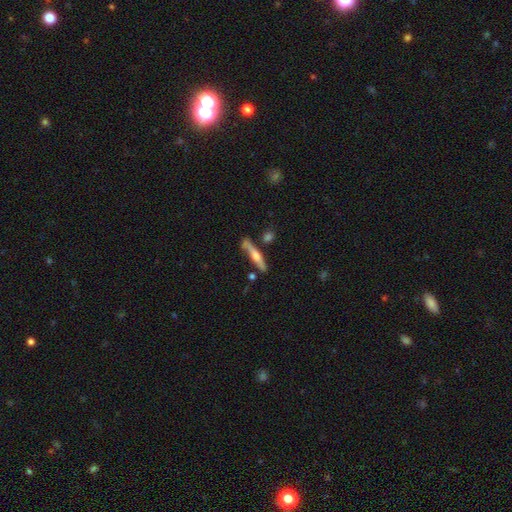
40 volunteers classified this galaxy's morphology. Volunteers were most divided on "smooth or featured": featured or disk: 55%, smooth: 42%, star or artifact: 2%. More confident: edge-on disk — yes (95%); edge-on bulge — rounded (95%); merging — none (67%).